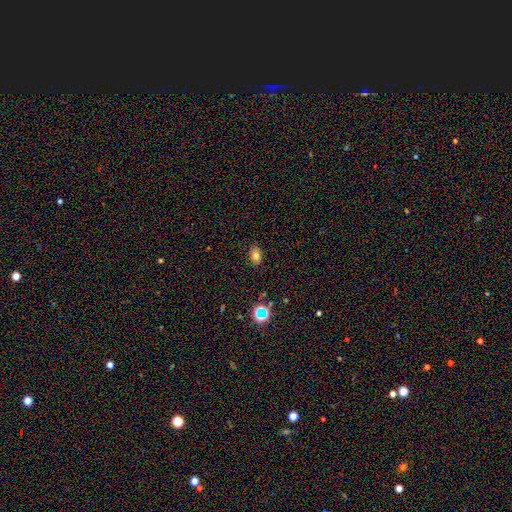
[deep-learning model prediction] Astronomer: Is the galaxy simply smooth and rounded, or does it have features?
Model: smooth — 75%.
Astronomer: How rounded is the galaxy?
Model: in between — 81%.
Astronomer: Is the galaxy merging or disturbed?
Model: none — 86%.